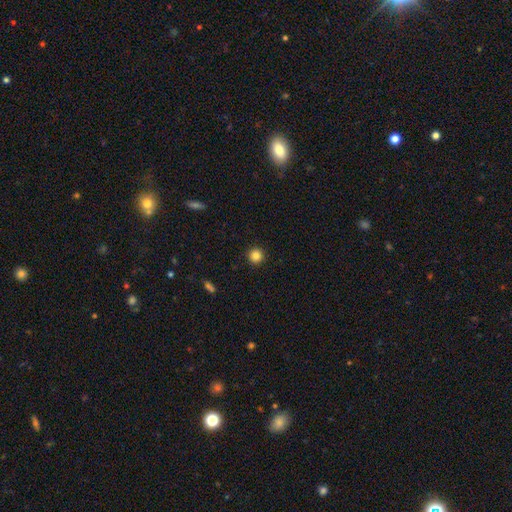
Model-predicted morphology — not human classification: This is clearly a smooth galaxy (84%). How rounded: clearly round (96%). Merging: clearly none (93%).